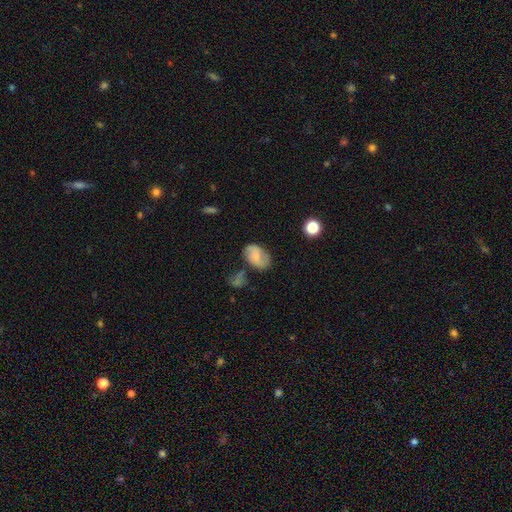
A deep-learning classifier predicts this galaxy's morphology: Overall: smooth (56%; featured or disk 36%). How rounded: in between (86%). Merging: none (65%).